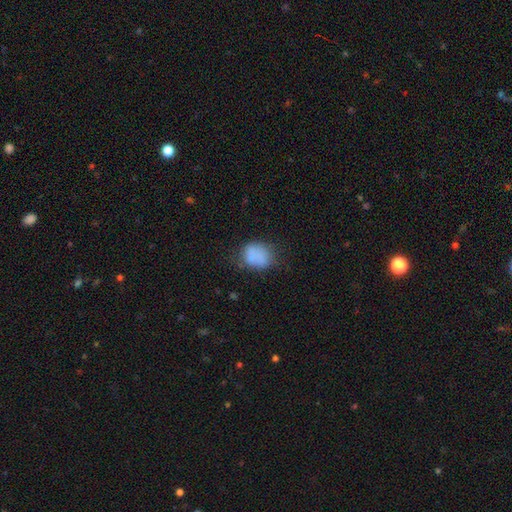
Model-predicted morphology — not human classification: Smooth or featured? Predicted: smooth (p=0.81). How rounded? Predicted: round (p=0.54). Merging? Predicted: none (p=0.59).